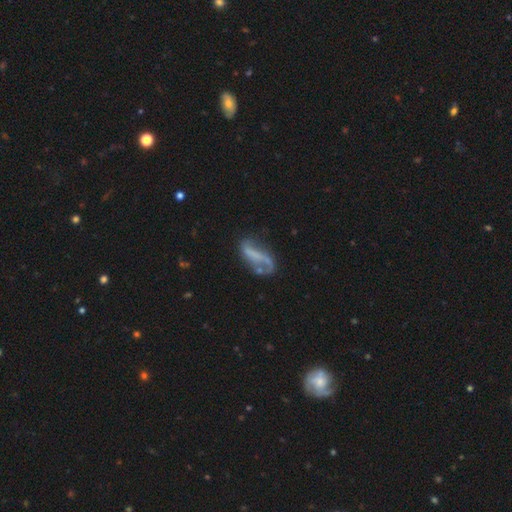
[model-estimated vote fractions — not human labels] Smooth or featured: featured or disk — 65% (smooth — 25%)
Edge-on disk: no — 92% (yes — 8%)
Bar: no — 40% (strong — 31%)
Spiral arms: yes — 72% (no — 28%)
Bulge size: none — 68% (small — 19%)
Merging: none — 45% (major disturbance — 24%)